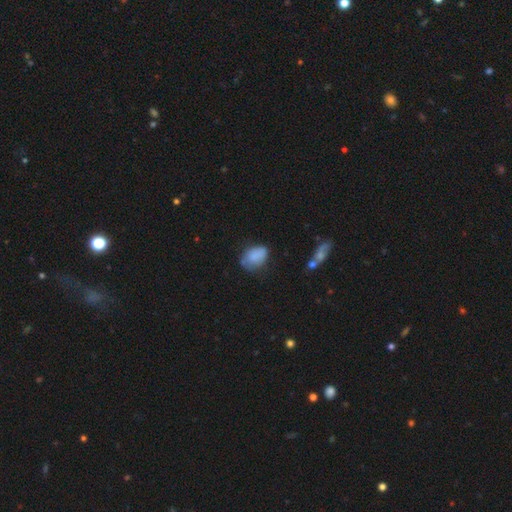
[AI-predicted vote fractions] smooth_or_featured: smooth (p=0.80) [alt: featured or disk p=0.12]
how_rounded: in between (p=0.79) [alt: round p=0.19]
merging: none (p=0.52) [alt: minor disturbance p=0.33]